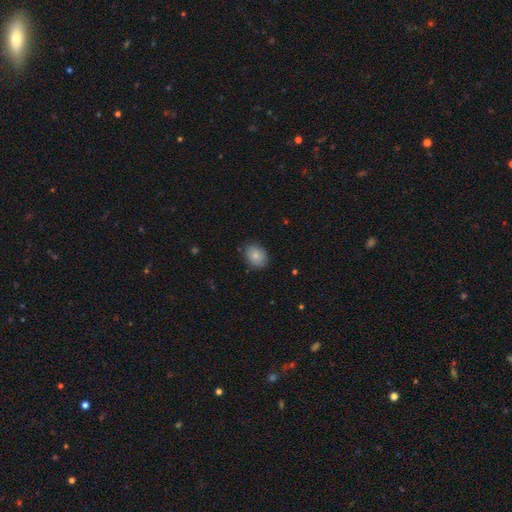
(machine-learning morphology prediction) Smooth or featured?
  - smooth: 83% *
  - featured or disk: 10%
  - star or artifact: 8%
How rounded?
  - in between: 52% *
  - round: 47%
  - cigar-shaped: 1%
Merging?
  - none: 82% *
  - minor disturbance: 14%
  - major disturbance: 3%
  - merger: 1%